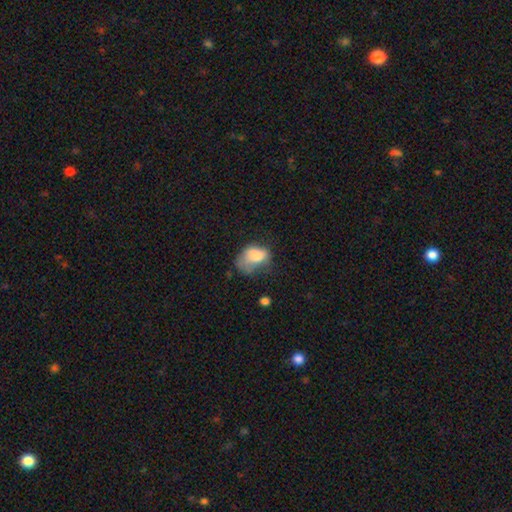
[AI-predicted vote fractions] A smooth galaxy with no disk features (68%) that is in between round and cigar-shaped (77%). Merging: major disturbance (38%).